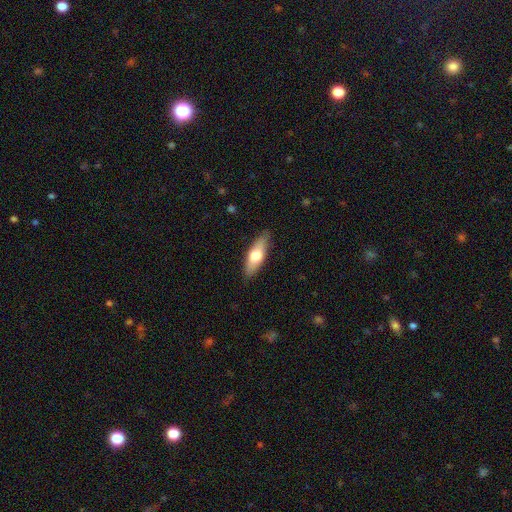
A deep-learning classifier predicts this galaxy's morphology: Overall: smooth (61%; featured or disk 34%). How rounded: in between (57%; cigar-shaped 41%). Merging: none (86%).